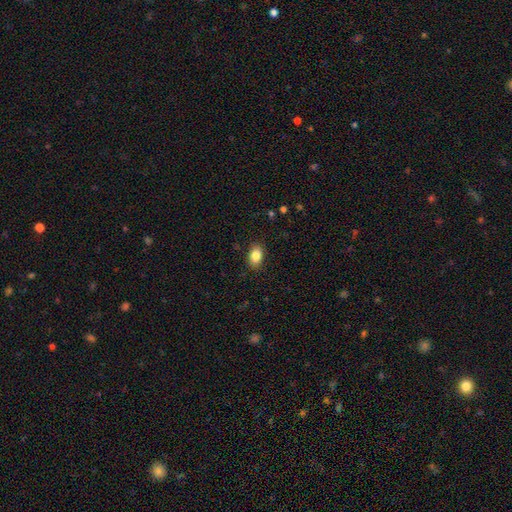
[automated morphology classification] smooth_or_featured: smooth (p=0.85) [alt: star or artifact p=0.08]
how_rounded: in between (p=0.84) [alt: round p=0.15]
merging: none (p=0.88) [alt: minor disturbance p=0.09]